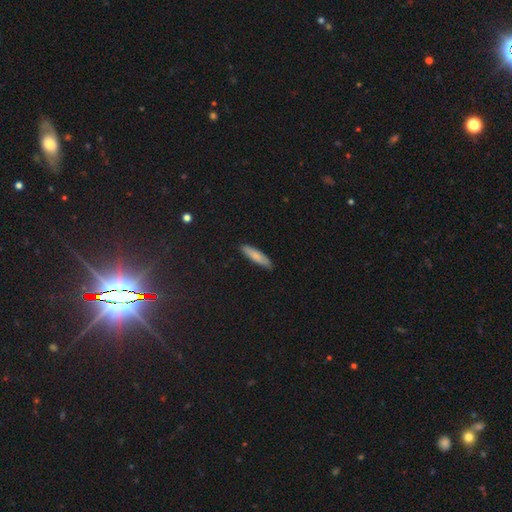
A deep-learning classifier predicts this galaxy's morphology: A smooth galaxy with no disk features (80%) that is cigar-shaped (74%). Merging: none (87%).